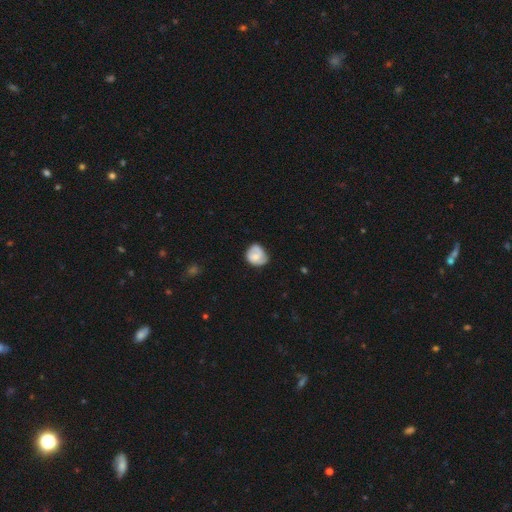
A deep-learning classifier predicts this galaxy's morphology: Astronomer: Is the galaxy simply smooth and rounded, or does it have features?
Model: smooth — 58% (runner-up: featured or disk, 35%).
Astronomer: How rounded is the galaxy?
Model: round — 67%.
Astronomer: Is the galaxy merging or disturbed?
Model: none — 51% (runner-up: minor disturbance, 36%).